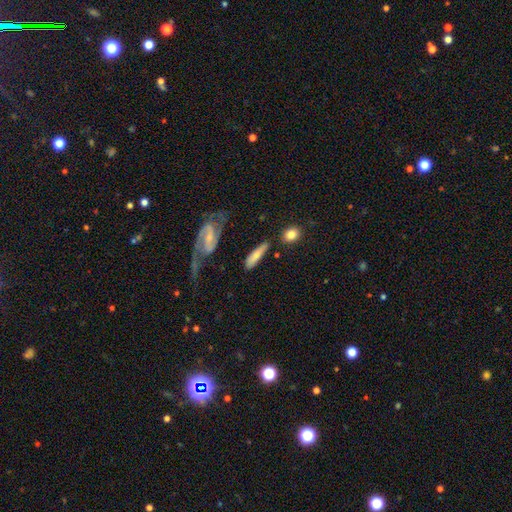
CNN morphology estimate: This is possibly a smooth galaxy (53%). How rounded: likely cigar-shaped (64%). Merging: likely none (65%).